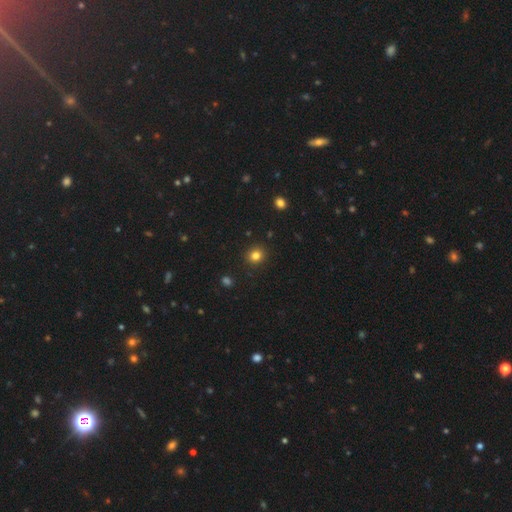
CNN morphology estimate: This appears to be a smooth galaxy with no disk features (81%) that is round (84%). Merging: none (90%).